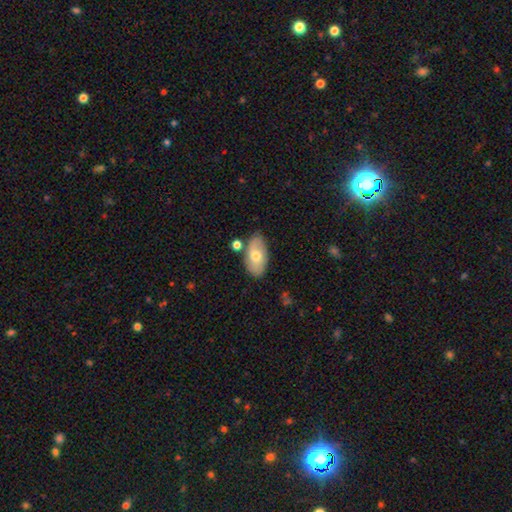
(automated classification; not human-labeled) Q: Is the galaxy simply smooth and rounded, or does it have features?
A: smooth — 63%.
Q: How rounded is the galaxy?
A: in between — 93%.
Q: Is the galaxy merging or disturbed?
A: none — 71%.